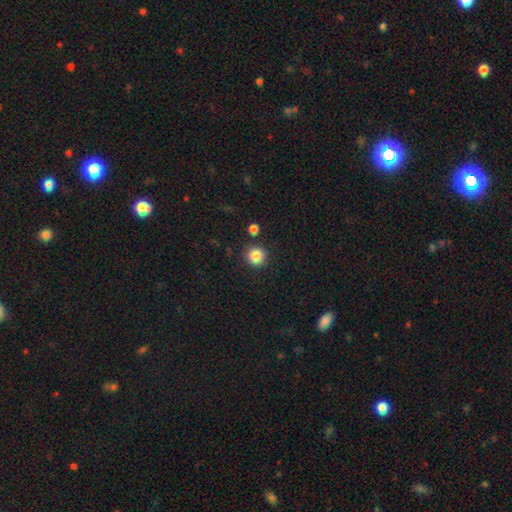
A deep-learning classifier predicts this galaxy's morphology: Smooth or featured?
  - smooth: 85% *
  - star or artifact: 10%
  - featured or disk: 4%
How rounded?
  - round: 93% *
  - in between: 6%
  - cigar-shaped: 1%
Merging?
  - none: 87% *
  - minor disturbance: 7%
  - merger: 4%
  - major disturbance: 2%